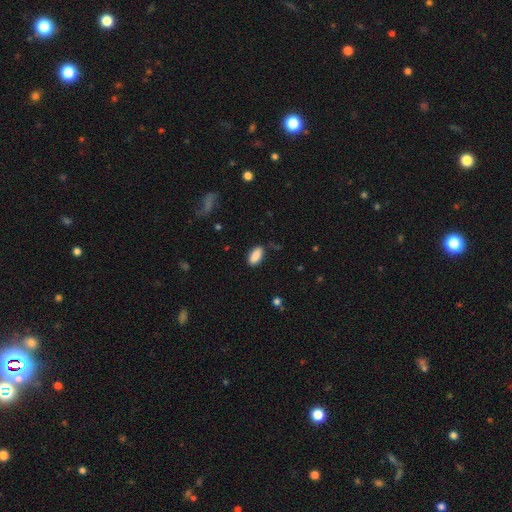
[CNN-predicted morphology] Smooth or featured? Predicted: smooth (p=0.88). How rounded? Predicted: in between (p=0.91). Merging? Predicted: none (p=0.81).